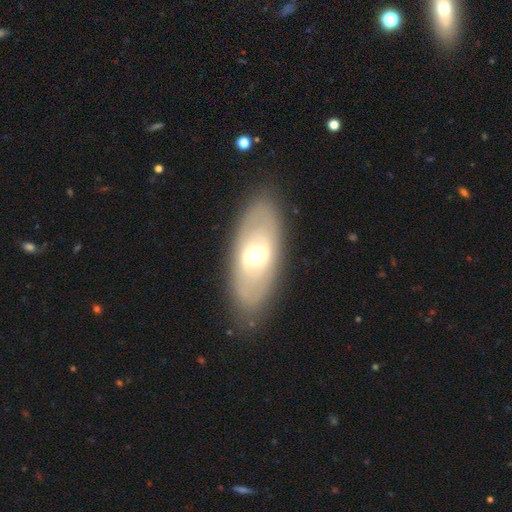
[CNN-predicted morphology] This is possibly a featured or disk galaxy (59%). It is clearly not viewed edge-on (84%). Merging: clearly none (83%).